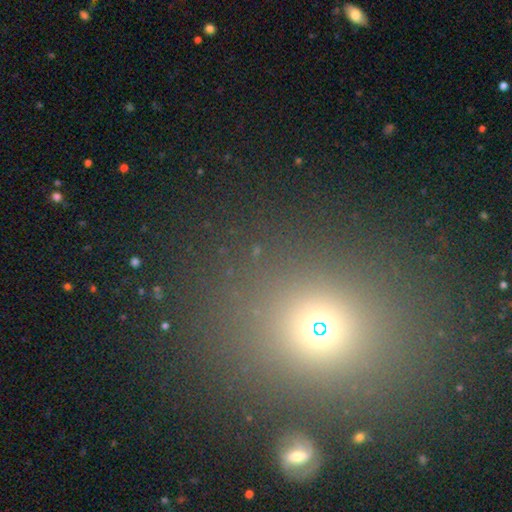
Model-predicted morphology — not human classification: Smooth or featured? Predicted: smooth (p=0.48). Merging? Predicted: none (p=0.82).